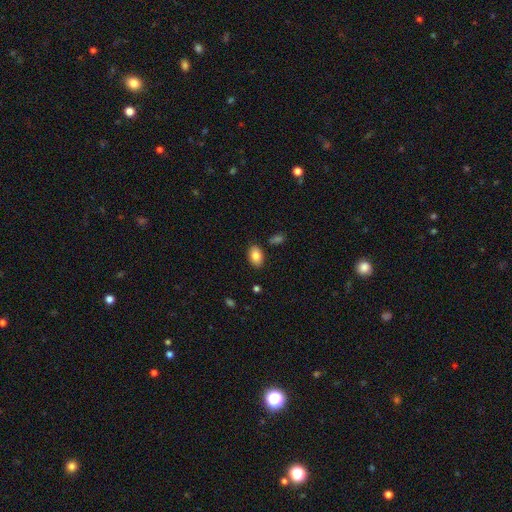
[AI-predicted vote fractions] smooth-or-featured: smooth: 84% | featured or disk: 8% | star or artifact: 8%
  how-rounded: in between: 88% | round: 11% | cigar-shaped: 1%
  merging: none: 84% | minor disturbance: 11% | merger: 3% | major disturbance: 2%